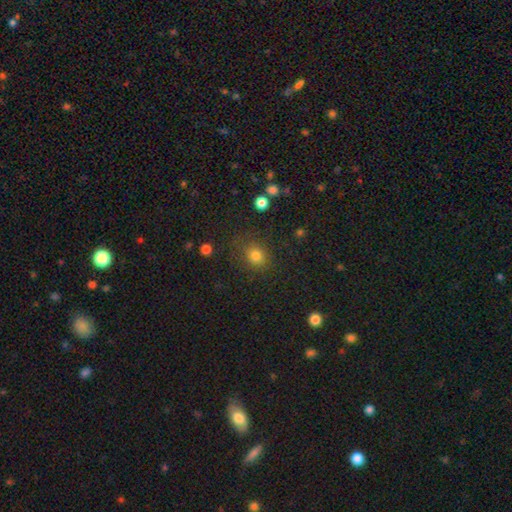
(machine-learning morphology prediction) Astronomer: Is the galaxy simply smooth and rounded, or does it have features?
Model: smooth — 79%.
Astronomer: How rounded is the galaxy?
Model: round — 75%.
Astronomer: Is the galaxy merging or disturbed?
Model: none — 81%.